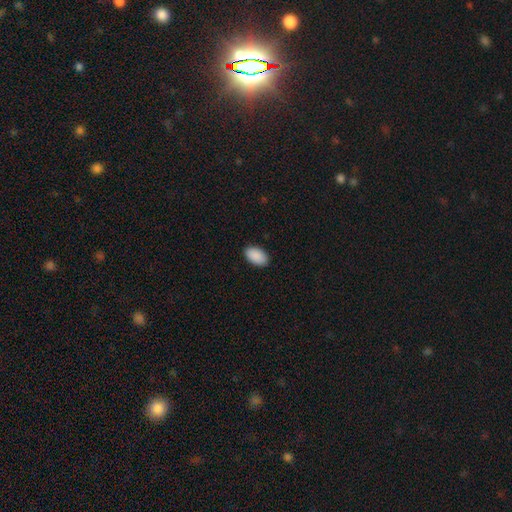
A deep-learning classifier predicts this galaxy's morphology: smooth 91%, star or artifact 6%, featured or disk 2%. Down the decision tree: how rounded — in between (95%); merging — none (89%).